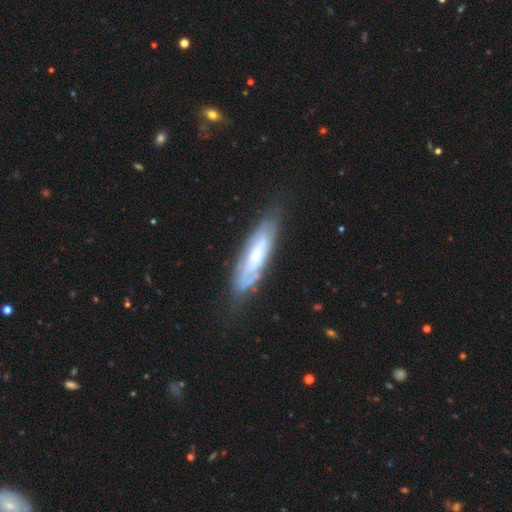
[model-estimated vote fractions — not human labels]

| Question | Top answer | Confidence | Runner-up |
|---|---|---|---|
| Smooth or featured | featured or disk | 58% | smooth (35%) |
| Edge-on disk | no | 65% | yes (35%) |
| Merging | none | 66% | minor disturbance (23%) |